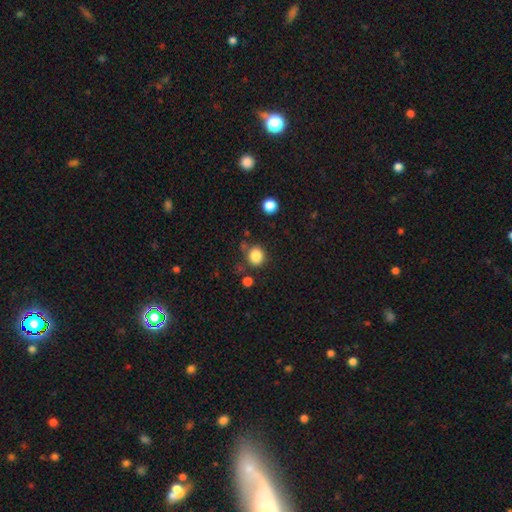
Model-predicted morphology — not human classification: smooth_or_featured: smooth (p=0.85) [alt: star or artifact p=0.11]
how_rounded: round (p=0.84) [alt: in between p=0.16]
merging: none (p=0.73) [alt: minor disturbance p=0.14]